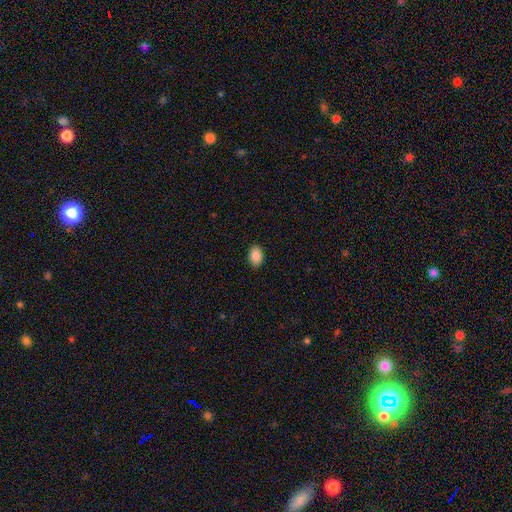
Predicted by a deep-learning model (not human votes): The model was most divided on "how rounded": in between: 87%, round: 12%, cigar-shaped: 1%. More confident: merging — none (90%); smooth or featured — smooth (89%).